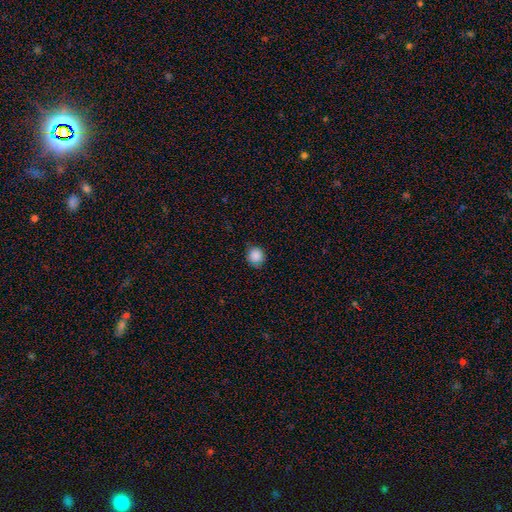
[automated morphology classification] smooth_or_featured: smooth (p=0.86) [alt: star or artifact p=0.10]
how_rounded: round (p=0.88) [alt: in between p=0.11]
merging: none (p=0.81) [alt: minor disturbance p=0.15]